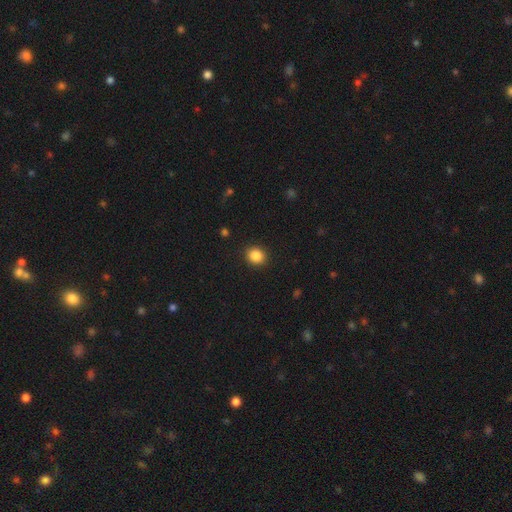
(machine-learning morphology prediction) type=smooth (86%); roundness=round (76%); merging=none (91%).